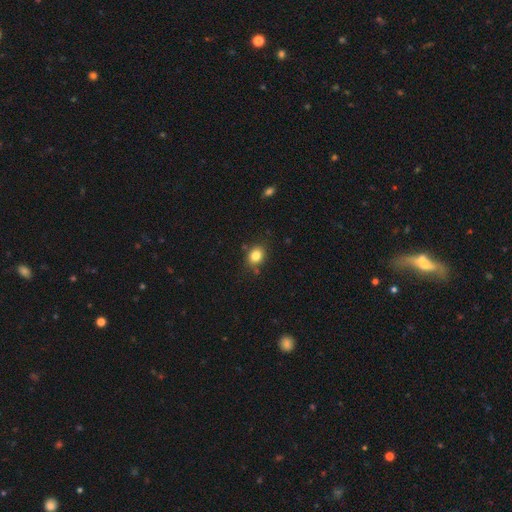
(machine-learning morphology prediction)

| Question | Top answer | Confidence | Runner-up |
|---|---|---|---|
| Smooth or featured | smooth | 83% | star or artifact (11%) |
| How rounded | round | 57% | in between (42%) |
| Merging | none | 79% | minor disturbance (14%) |